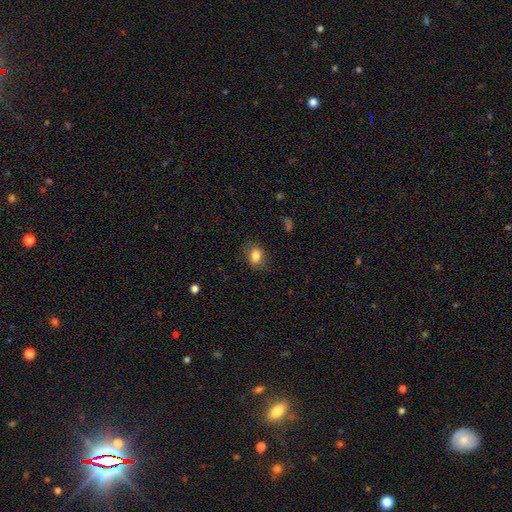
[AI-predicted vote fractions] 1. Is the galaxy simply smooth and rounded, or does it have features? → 83% smooth, 9% star or artifact, 8% featured or disk.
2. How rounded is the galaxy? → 66% in between, 33% round, 1% cigar-shaped.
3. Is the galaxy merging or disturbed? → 79% none, 15% minor disturbance, 5% major disturbance, 1% merger.